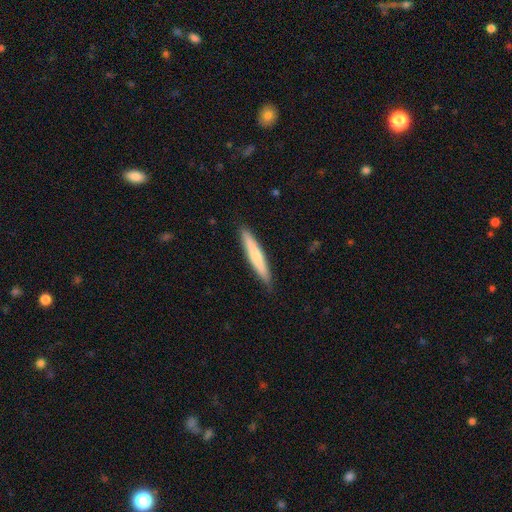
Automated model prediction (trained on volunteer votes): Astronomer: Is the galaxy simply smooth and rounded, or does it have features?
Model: smooth — 69%.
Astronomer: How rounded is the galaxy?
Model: cigar-shaped — 94%.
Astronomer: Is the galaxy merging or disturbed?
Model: none — 88%.